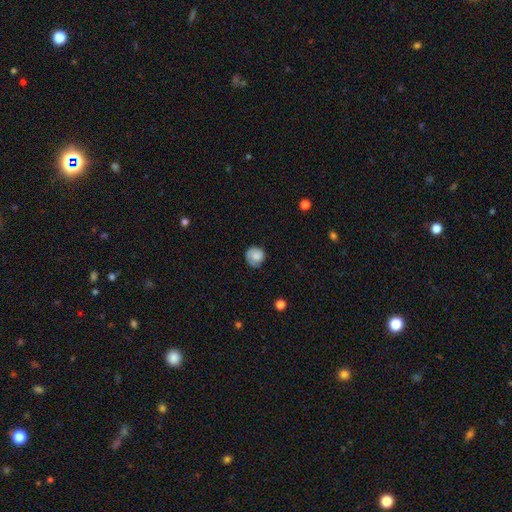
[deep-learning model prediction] The model was most divided on "merging": none: 65%, minor disturbance: 25%, major disturbance: 9%, merger: 2%. More confident: how rounded — round (86%); smooth or featured — smooth (69%).